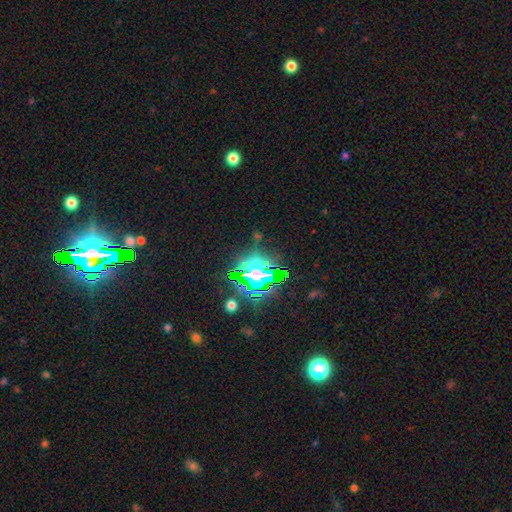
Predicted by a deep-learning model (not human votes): This appears to be a star or artifact, not a galaxy (69%).